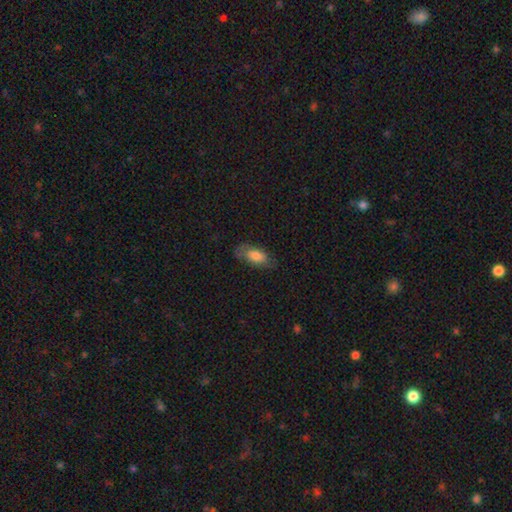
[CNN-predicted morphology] smooth_or_featured: smooth (p=0.70) [alt: featured or disk p=0.23]
how_rounded: in between (p=0.86) [alt: cigar-shaped p=0.10]
merging: none (p=0.66) [alt: minor disturbance p=0.24]